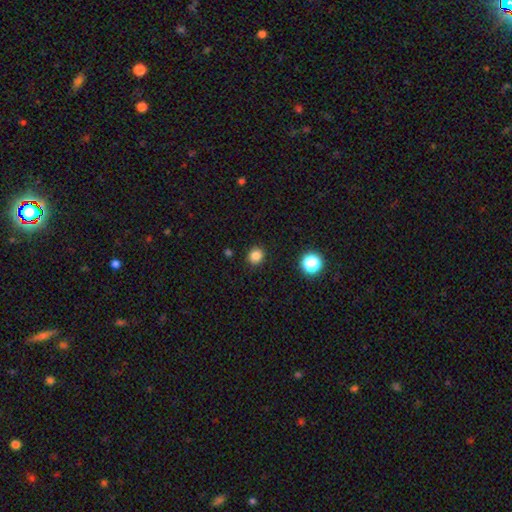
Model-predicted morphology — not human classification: smooth 84%, star or artifact 13%, featured or disk 4%. Down the decision tree: how rounded — round (88%); merging — none (91%).